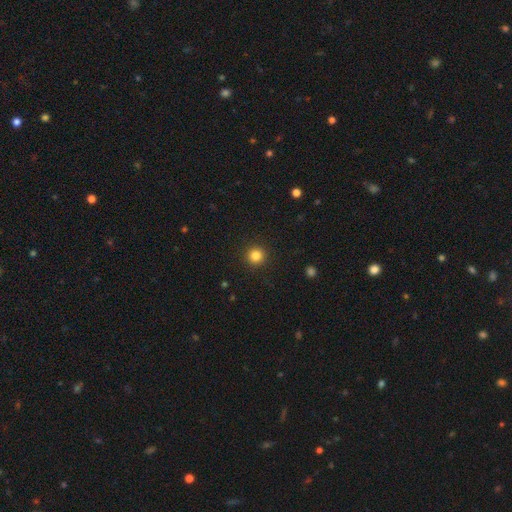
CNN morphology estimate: smooth-or-featured: smooth: 83% | star or artifact: 12% | featured or disk: 5%
  how-rounded: round: 95% | in between: 4% | cigar-shaped: 1%
  merging: none: 93% | minor disturbance: 4% | major disturbance: 2% | merger: 1%